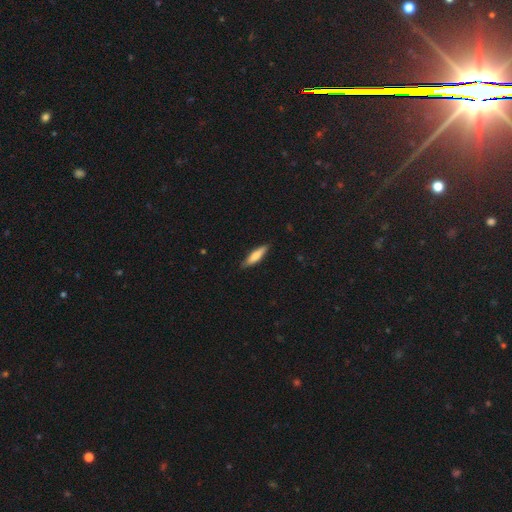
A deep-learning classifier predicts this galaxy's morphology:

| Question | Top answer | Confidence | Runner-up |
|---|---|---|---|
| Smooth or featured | smooth | 72% | featured or disk (23%) |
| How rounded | cigar-shaped | 71% | in between (27%) |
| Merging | none | 84% | minor disturbance (13%) |